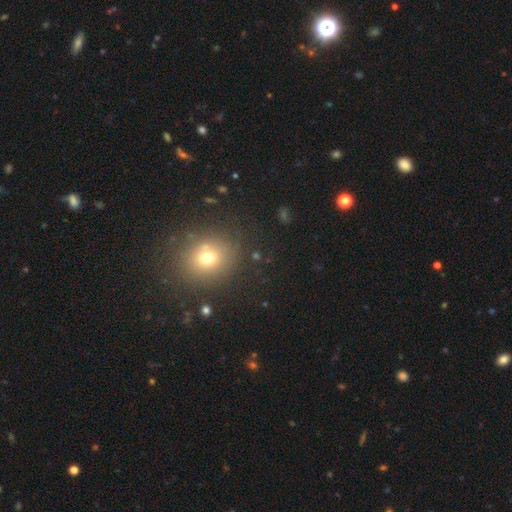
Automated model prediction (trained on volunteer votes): smooth 63%, star or artifact 27%, featured or disk 10%. Down the decision tree: how rounded — round (77%); merging — none (83%).